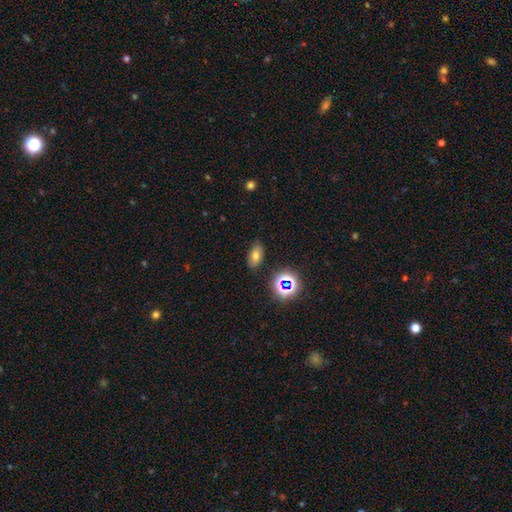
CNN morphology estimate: type=smooth (64%); roundness=in between (87%); merging=none (83%).